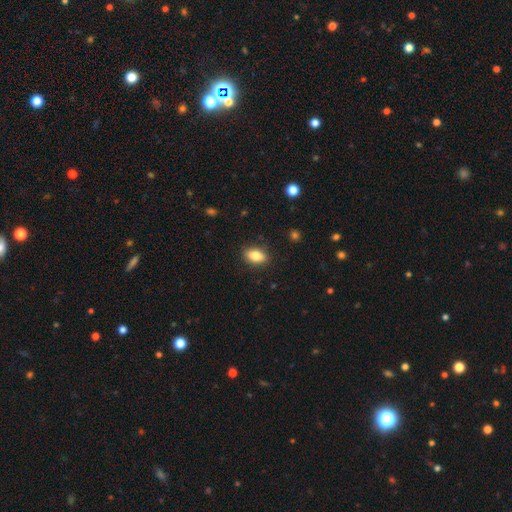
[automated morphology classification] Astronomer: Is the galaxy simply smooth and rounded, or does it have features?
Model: smooth — 83%.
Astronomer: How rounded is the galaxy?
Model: in between — 87%.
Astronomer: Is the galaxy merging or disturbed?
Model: none — 86%.